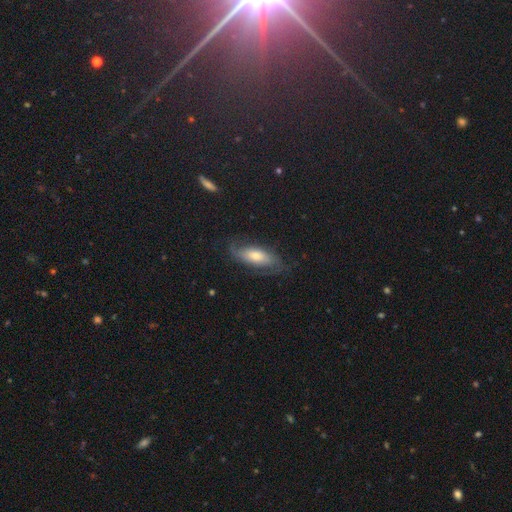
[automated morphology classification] Q: Smooth or featured?
A: featured or disk (59%); runner-up: smooth (32%)
Q: Edge-on disk?
A: no (84%); runner-up: yes (16%)
Q: Bar?
A: no (64%); runner-up: weak (27%)
Q: Spiral arms?
A: yes (86%); runner-up: no (14%)
Q: Bulge size?
A: moderate (54%); runner-up: small (27%)
Q: Merging?
A: none (67%); runner-up: minor disturbance (20%)